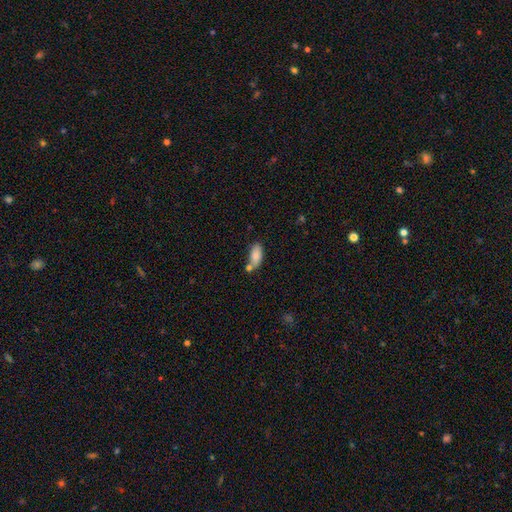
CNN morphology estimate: Smooth or featured?
  - smooth: 83% *
  - featured or disk: 10%
  - star or artifact: 7%
How rounded?
  - in between: 87% *
  - cigar-shaped: 10%
  - round: 3%
Merging?
  - none: 54% *
  - merger: 24%
  - minor disturbance: 18%
  - major disturbance: 5%